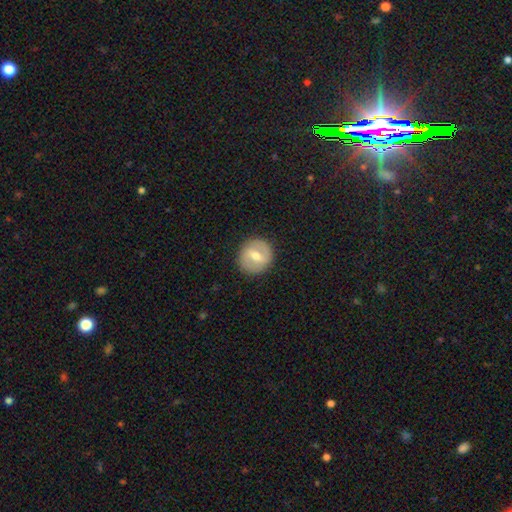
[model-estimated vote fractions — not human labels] Overall: featured or disk (49%; smooth 44%). Merging: none (88%).